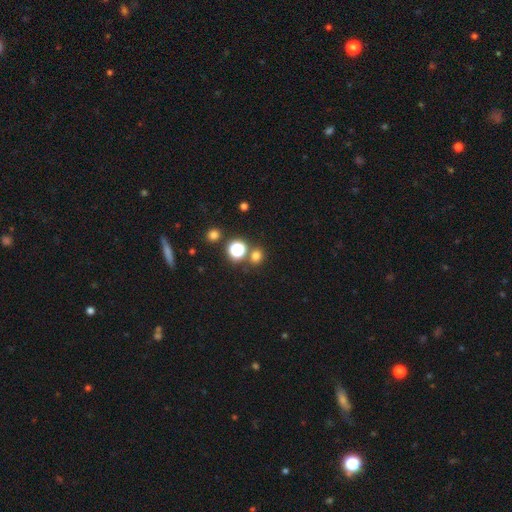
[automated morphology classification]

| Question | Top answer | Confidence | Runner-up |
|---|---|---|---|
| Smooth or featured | smooth | 71% | star or artifact (24%) |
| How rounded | round | 78% | in between (21%) |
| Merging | none | 76% | merger (13%) |